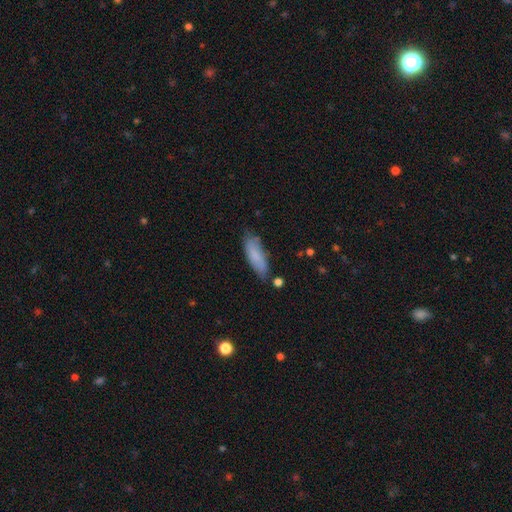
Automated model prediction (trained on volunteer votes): smooth 79%, featured or disk 15%, star or artifact 6%. Down the decision tree: how rounded — in between (56%); merging — none (72%).